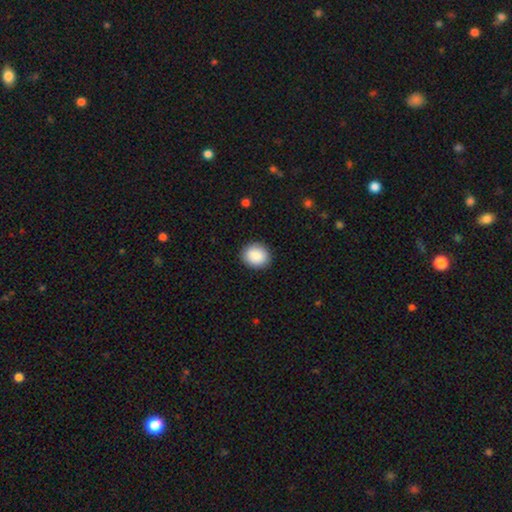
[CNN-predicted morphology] The model was most divided on "how rounded": round: 72%, in between: 27%, cigar-shaped: 1%. More confident: merging — none (90%); smooth or featured — smooth (90%).